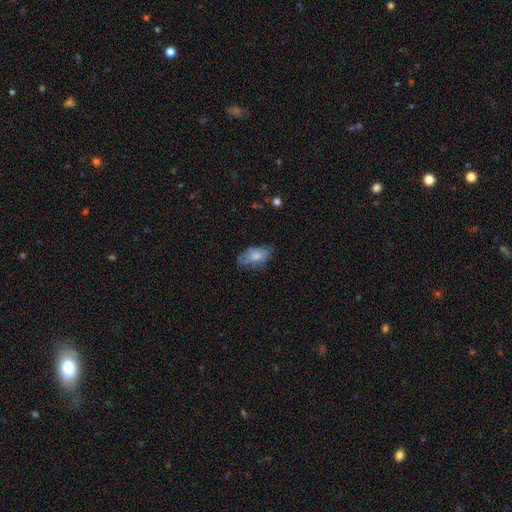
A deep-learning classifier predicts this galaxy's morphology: Smooth or featured? smooth (74%)
How rounded? in between (90%)
Merging? none (61%)